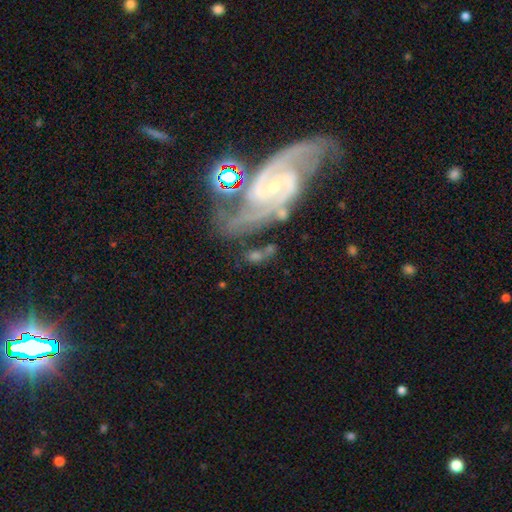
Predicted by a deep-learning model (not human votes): Morphology: type=featured or disk (68%); edge-on=no (94%); bar=weak (40%); spiral arms=yes (90%); winding=medium (43%); arm count=2 (67%); bulge=small (61%); merging=none (48%).